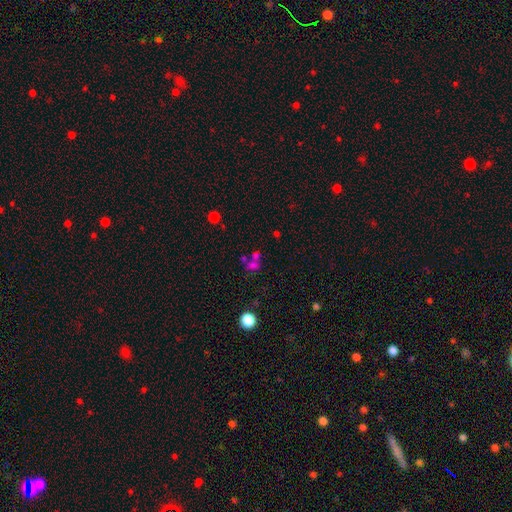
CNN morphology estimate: smooth-or-featured: smooth: 55% | star or artifact: 29% | featured or disk: 15%
  how-rounded: round: 62% | in between: 37% | cigar-shaped: 2%
  merging: merger: 43% | none: 41% | minor disturbance: 9% | major disturbance: 7%